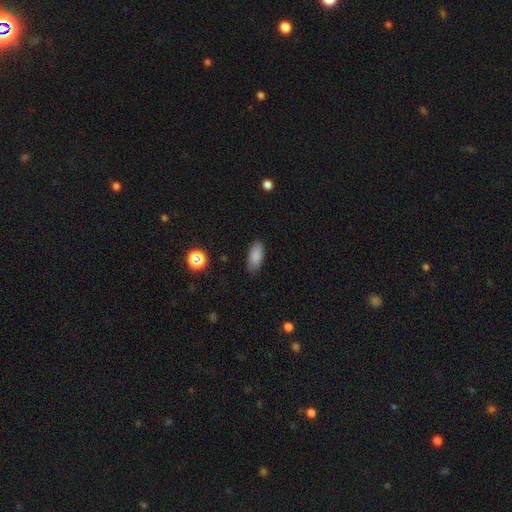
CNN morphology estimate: A smooth galaxy with no disk features (87%) that is in between round and cigar-shaped (86%).

Vote fractions:
- Smooth or featured? smooth: 87% / star or artifact: 8% / featured or disk: 6%
- How rounded? in between: 86% / cigar-shaped: 11% / round: 3%
- Merging? none: 83% / minor disturbance: 13% / major disturbance: 3% / merger: 1%